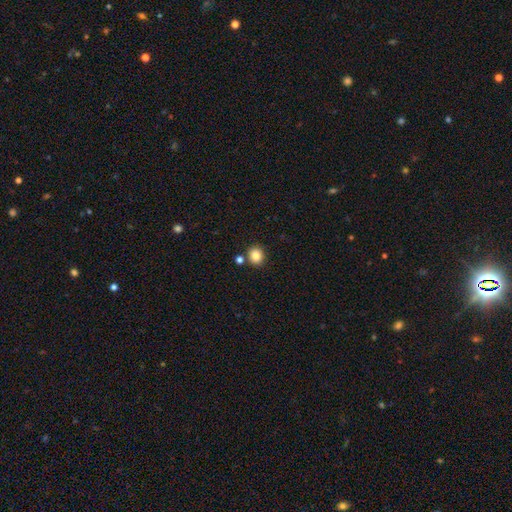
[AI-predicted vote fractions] Smooth or featured? Predicted: smooth (p=0.86). How rounded? Predicted: round (p=0.79). Merging? Predicted: none (p=0.81).